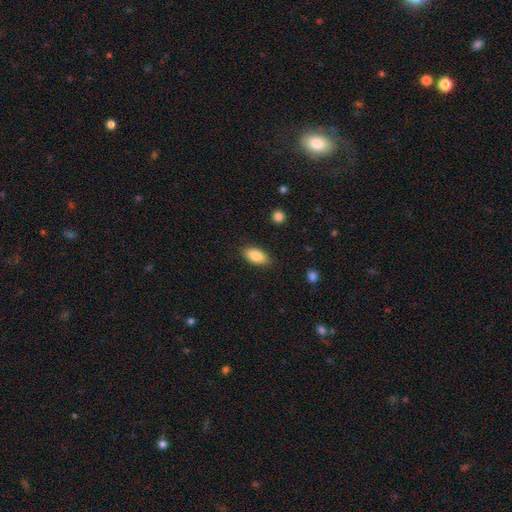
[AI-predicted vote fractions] Morphology: type=smooth (86%); roundness=in between (90%); merging=none (85%).